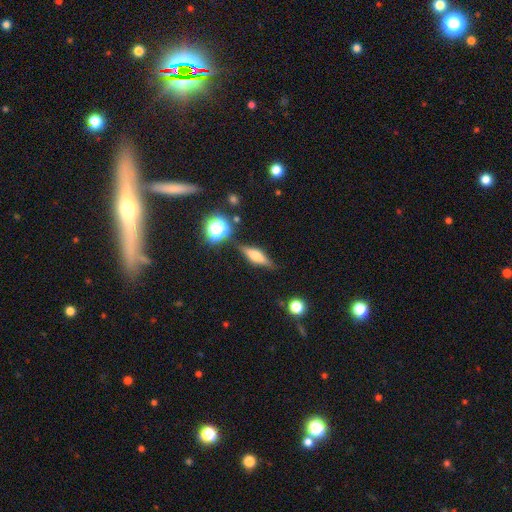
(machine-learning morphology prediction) Overall: featured or disk (47%; smooth 42%). Merging: none (82%).